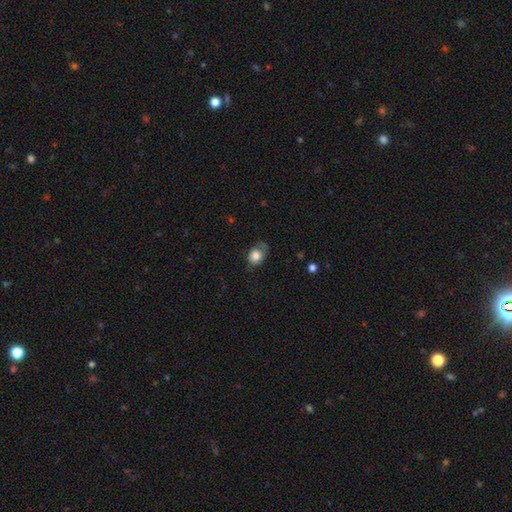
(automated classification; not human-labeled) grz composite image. It shows a smooth galaxy with no disk features (77%) that is in between round and cigar-shaped (56%). Merging: none (50%).